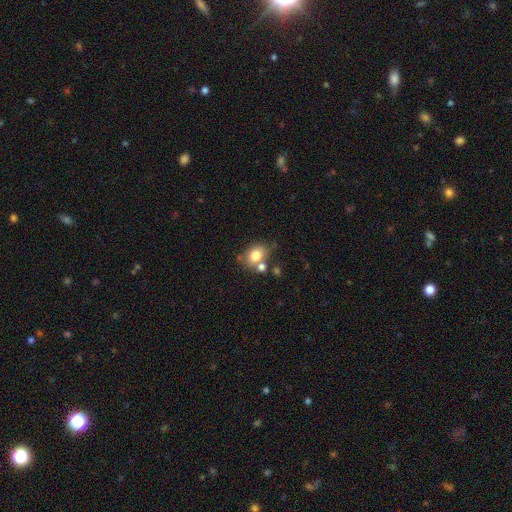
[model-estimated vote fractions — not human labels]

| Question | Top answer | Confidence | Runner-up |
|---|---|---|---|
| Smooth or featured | smooth | 77% | featured or disk (12%) |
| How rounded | in between | 61% | round (38%) |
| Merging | none | 58% | merger (23%) |